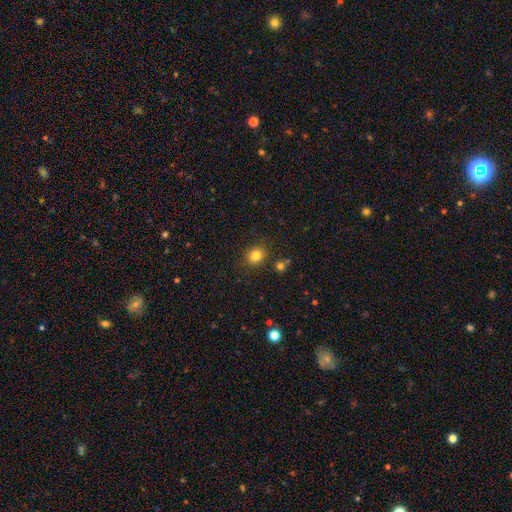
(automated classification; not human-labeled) smooth 81%, star or artifact 13%, featured or disk 6%. Down the decision tree: how rounded — round (70%); merging — none (84%).